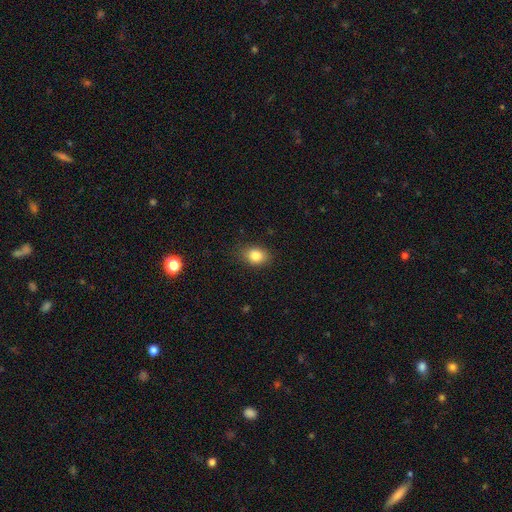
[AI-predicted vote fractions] Smooth or featured? smooth (84%)
How rounded? in between (67%)
Merging? none (84%)